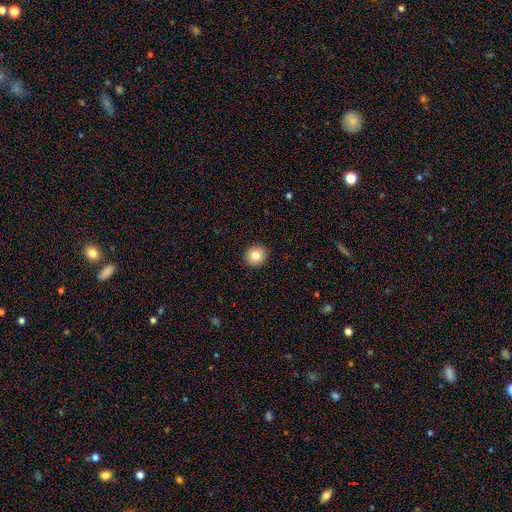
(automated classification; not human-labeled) Smooth or featured?
  - smooth: 83% *
  - star or artifact: 9%
  - featured or disk: 8%
How rounded?
  - round: 87% *
  - in between: 12%
  - cigar-shaped: 1%
Merging?
  - none: 92% *
  - minor disturbance: 5%
  - major disturbance: 2%
  - merger: 1%